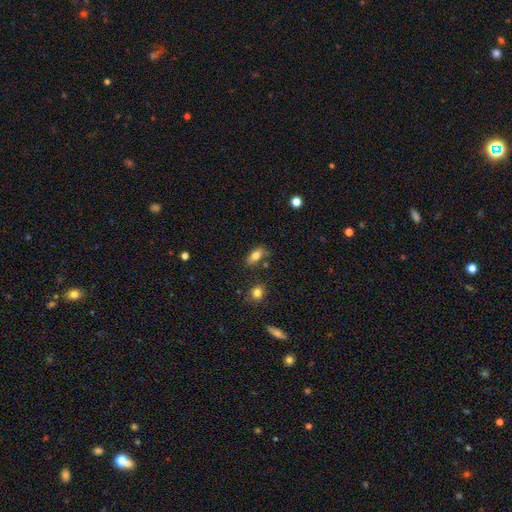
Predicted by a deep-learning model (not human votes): This is likely a smooth galaxy (76%). How rounded: clearly in between (81%). Merging: likely none (72%).